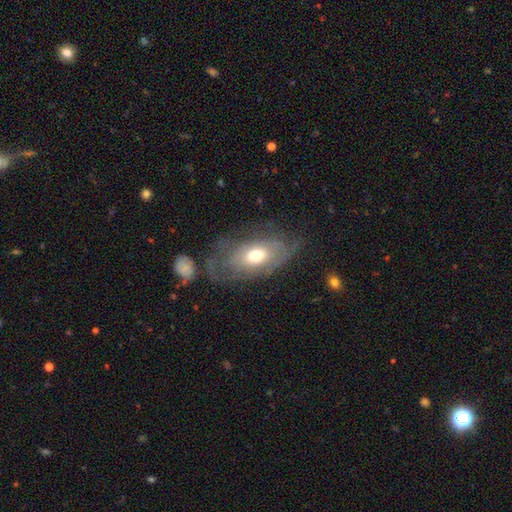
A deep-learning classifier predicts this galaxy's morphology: A featured or disk galaxy (51%).

Vote fractions:
- Smooth or featured? featured or disk: 51% / smooth: 41% / star or artifact: 8%
- Edge-on disk? no: 88% / yes: 12%
- Merging? none: 53% / minor disturbance: 24% / major disturbance: 21% / merger: 3%